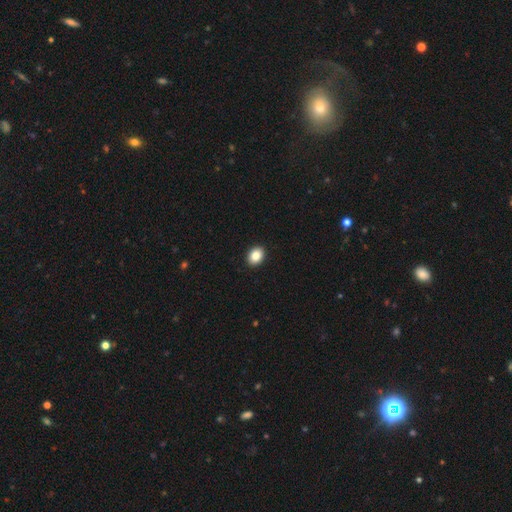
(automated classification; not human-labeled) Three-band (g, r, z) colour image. It shows a smooth galaxy with no disk features (86%) that is in between round and cigar-shaped (67%). Merging: none (92%).